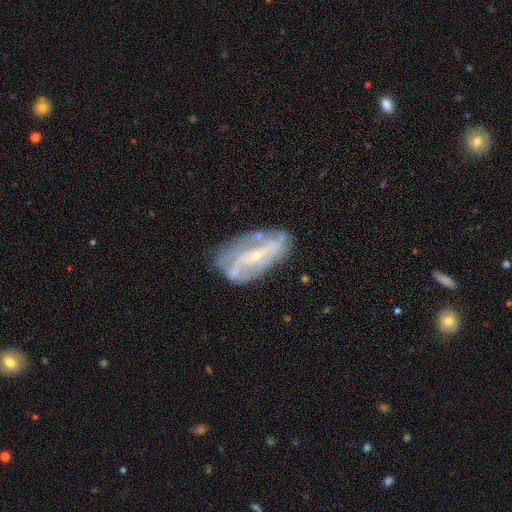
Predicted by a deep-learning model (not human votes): This appears to be a featured or disk galaxy (79%) with no bar (36%), 2 (47%) medium (37%, tied with tight) spiral arms (72%) and a small central bulge (77%). Merging: none (60%).